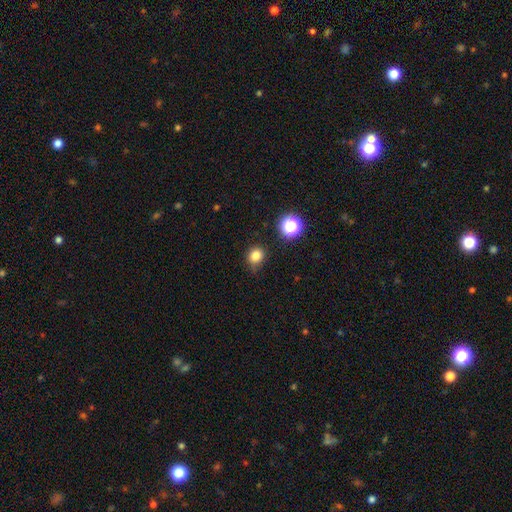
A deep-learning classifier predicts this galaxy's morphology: Smooth or featured?
  - smooth: 81% *
  - star or artifact: 14%
  - featured or disk: 5%
How rounded?
  - round: 71% *
  - in between: 28%
  - cigar-shaped: 1%
Merging?
  - none: 73% *
  - minor disturbance: 20%
  - major disturbance: 4%
  - merger: 2%